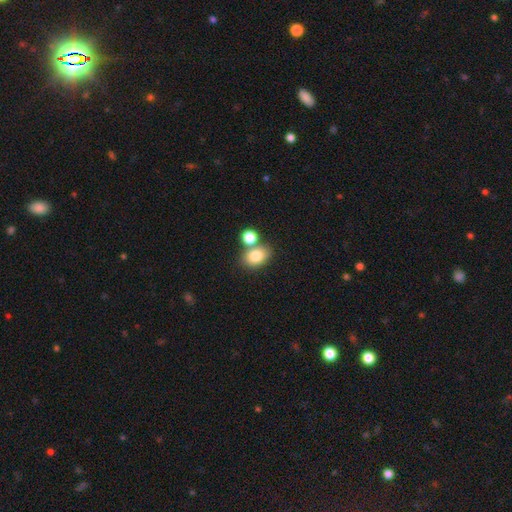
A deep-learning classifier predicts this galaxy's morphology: This appears to be a smooth galaxy with no disk features (81%) that is in between round and cigar-shaped (70%). Merging: none (58%).